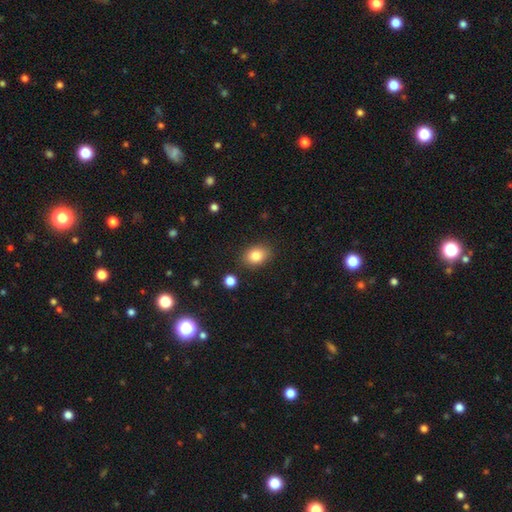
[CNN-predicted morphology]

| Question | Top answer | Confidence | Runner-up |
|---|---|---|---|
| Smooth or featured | smooth | 83% | star or artifact (9%) |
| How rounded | in between | 70% | round (29%) |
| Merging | none | 86% | minor disturbance (10%) |